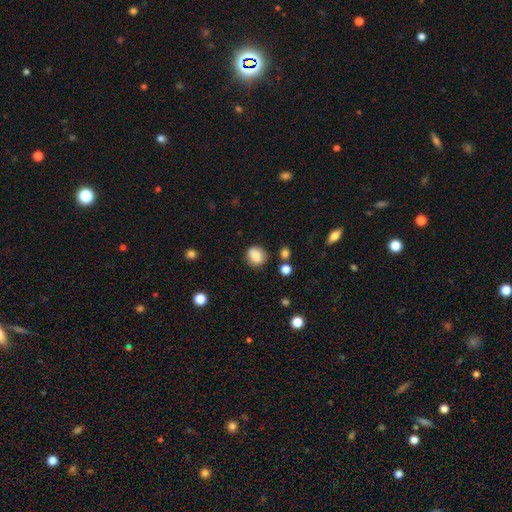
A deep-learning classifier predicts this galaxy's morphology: Smooth or featured? Predicted: smooth (p=0.85). How rounded? Predicted: round (p=0.71). Merging? Predicted: none (p=0.82).